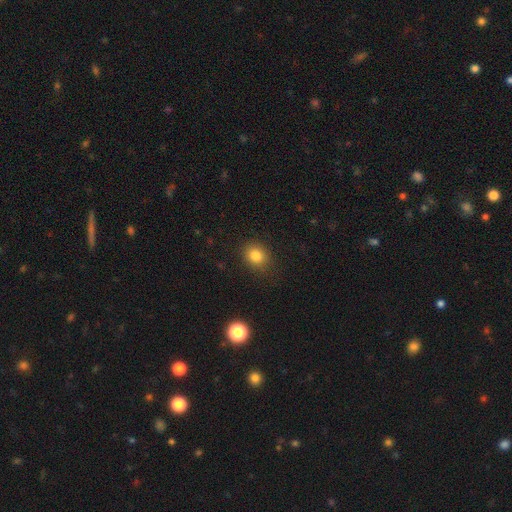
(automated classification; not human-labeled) Smooth or featured?
  - smooth: 82% *
  - star or artifact: 12%
  - featured or disk: 6%
How rounded?
  - round: 65% *
  - in between: 34%
  - cigar-shaped: 1%
Merging?
  - none: 86% *
  - minor disturbance: 10%
  - major disturbance: 3%
  - merger: 1%